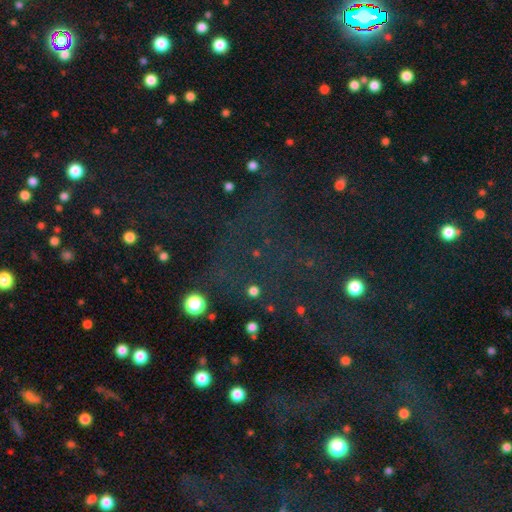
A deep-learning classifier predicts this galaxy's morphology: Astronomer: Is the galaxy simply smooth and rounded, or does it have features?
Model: star or artifact — 77%.